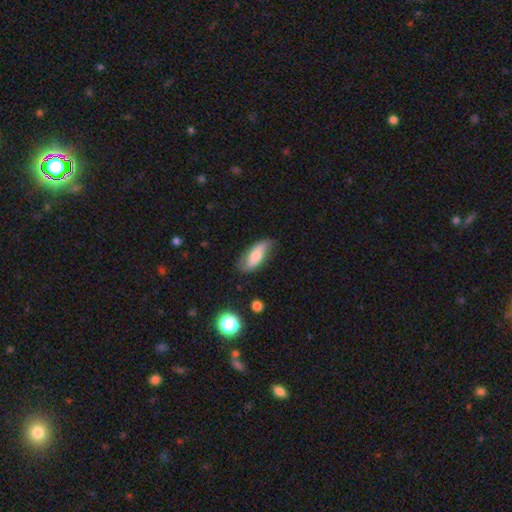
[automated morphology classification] Smooth or featured?
  - smooth: 57% *
  - featured or disk: 36%
  - star or artifact: 7%
How rounded?
  - in between: 72% *
  - cigar-shaped: 25%
  - round: 3%
Merging?
  - none: 69% *
  - minor disturbance: 23%
  - major disturbance: 6%
  - merger: 2%